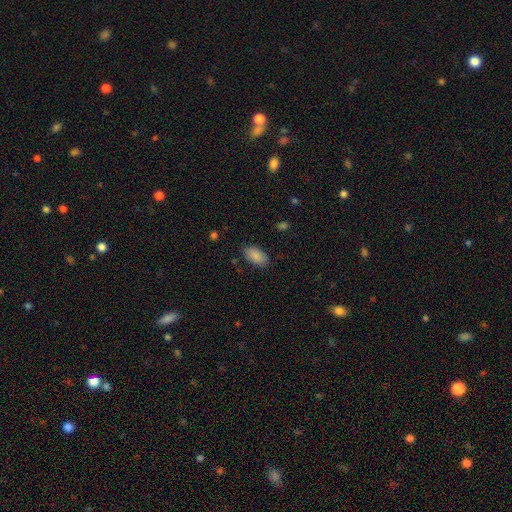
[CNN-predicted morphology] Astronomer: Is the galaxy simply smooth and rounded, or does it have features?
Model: smooth — 87%.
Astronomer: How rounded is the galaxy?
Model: in between — 94%.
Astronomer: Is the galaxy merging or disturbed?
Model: none — 84%.